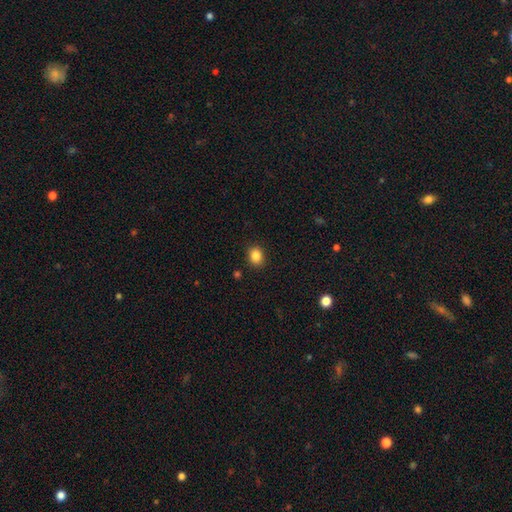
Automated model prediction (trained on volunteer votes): This appears to be a smooth galaxy with no disk features (86%) that is round (52%). Merging: none (89%).